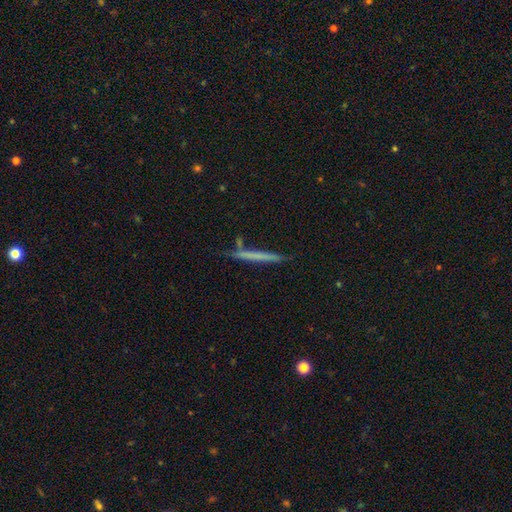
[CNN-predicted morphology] smooth_or_featured: smooth (p=0.54) [alt: featured or disk p=0.40]
how_rounded: cigar-shaped (p=0.97) [alt: in between p=0.02]
merging: none (p=0.81) [alt: minor disturbance p=0.13]